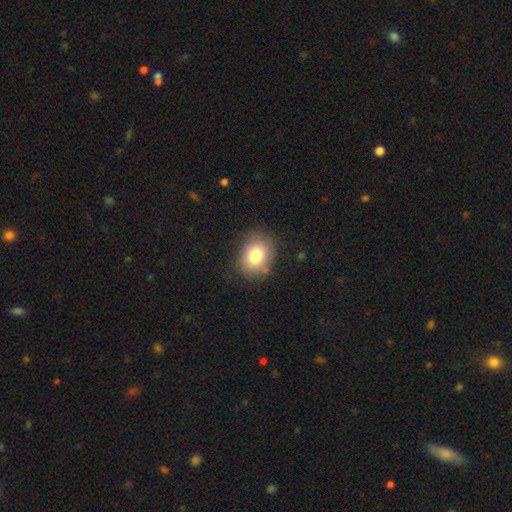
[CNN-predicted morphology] Smooth or featured?
  - smooth: 81% *
  - featured or disk: 10%
  - star or artifact: 9%
How rounded?
  - round: 52% *
  - in between: 47%
  - cigar-shaped: 1%
Merging?
  - none: 80% *
  - minor disturbance: 14%
  - major disturbance: 4%
  - merger: 2%